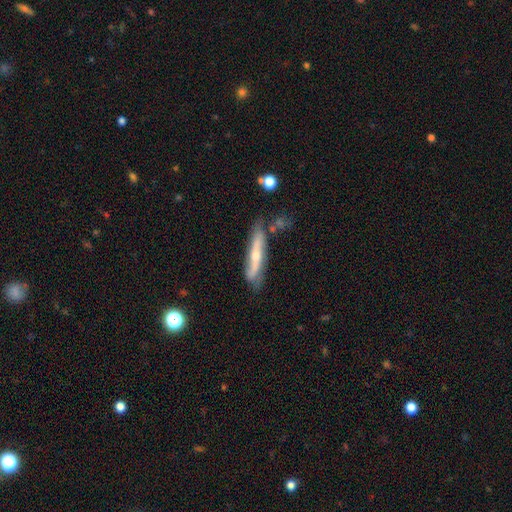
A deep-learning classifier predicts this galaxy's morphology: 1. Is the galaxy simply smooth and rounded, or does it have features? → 65% featured or disk, 28% smooth, 7% star or artifact.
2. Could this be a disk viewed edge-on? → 69% yes, 31% no.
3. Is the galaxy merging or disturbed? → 64% none, 25% minor disturbance, 7% major disturbance, 5% merger.